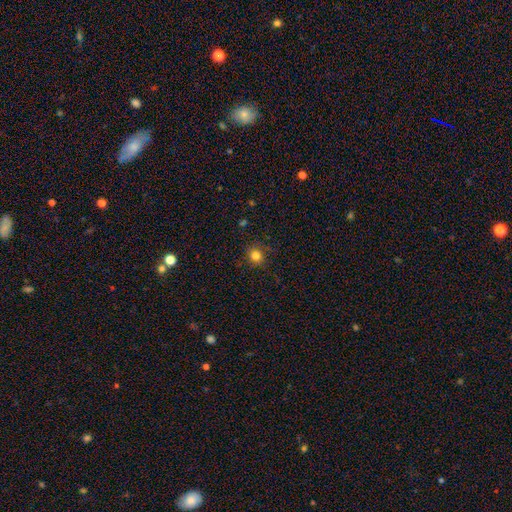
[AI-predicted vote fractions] A smooth galaxy with no disk features (82%) that is round (86%). Merging: none (86%).